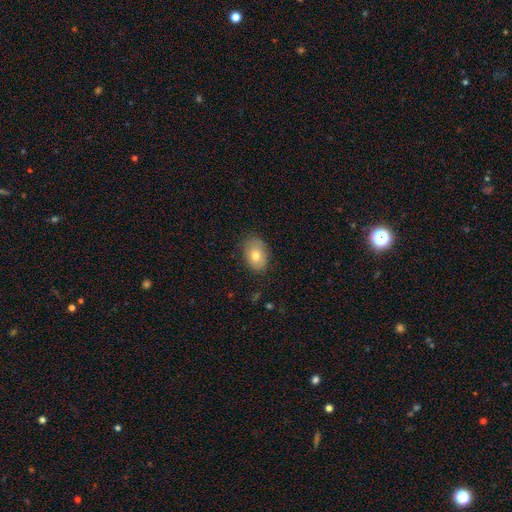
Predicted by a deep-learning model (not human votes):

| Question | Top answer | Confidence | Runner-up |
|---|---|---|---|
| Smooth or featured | smooth | 76% | featured or disk (15%) |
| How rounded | in between | 76% | round (23%) |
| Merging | none | 81% | minor disturbance (14%) |